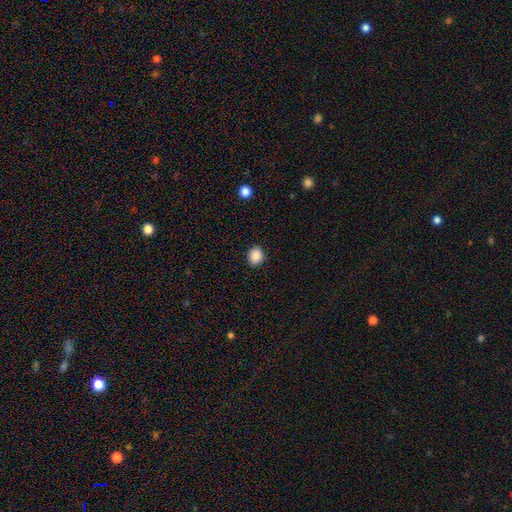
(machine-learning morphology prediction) A smooth galaxy with no disk features (88%) that is round (55%). Merging: none (90%).